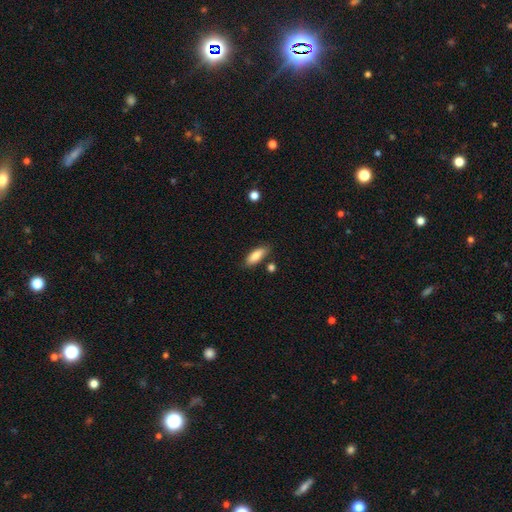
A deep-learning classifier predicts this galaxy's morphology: Overall: smooth (83%). How rounded: in between (74%). Merging: none (79%).